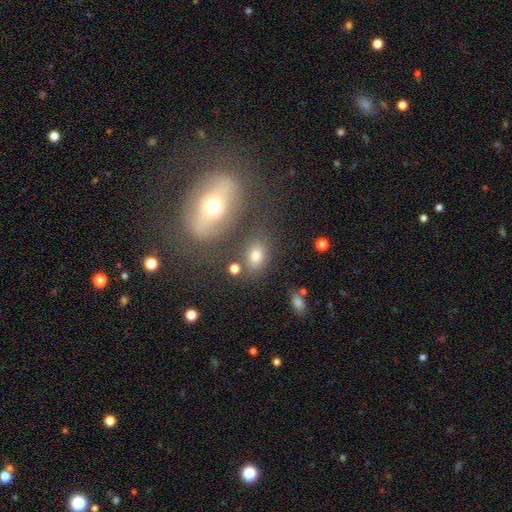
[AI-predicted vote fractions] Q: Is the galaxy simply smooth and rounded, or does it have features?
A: smooth — 71%.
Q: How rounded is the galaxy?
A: in between — 71%.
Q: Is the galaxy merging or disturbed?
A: none — 70%.